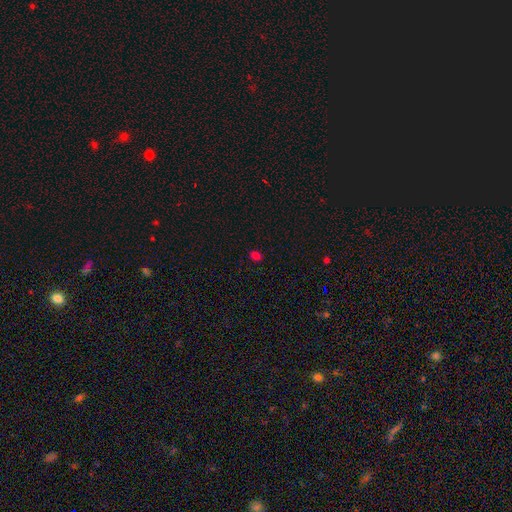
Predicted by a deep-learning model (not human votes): Smooth or featured?
  - smooth: 74% *
  - star or artifact: 22%
  - featured or disk: 4%
How rounded?
  - in between: 58% *
  - round: 40%
  - cigar-shaped: 1%
Merging?
  - none: 87% *
  - minor disturbance: 9%
  - major disturbance: 2%
  - merger: 1%